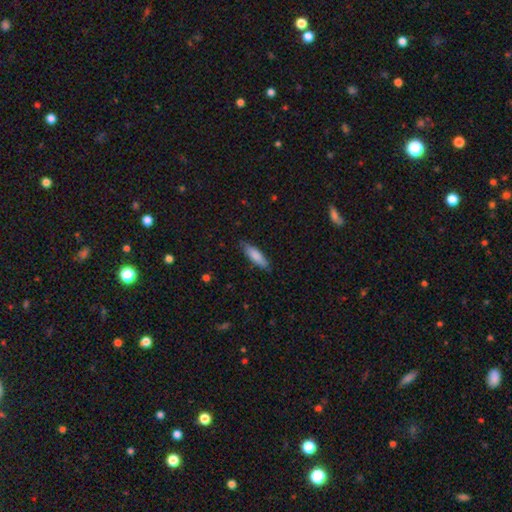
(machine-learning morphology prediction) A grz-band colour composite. It shows a smooth galaxy with no disk features (83%) that is cigar-shaped (57%). Merging: none (81%).